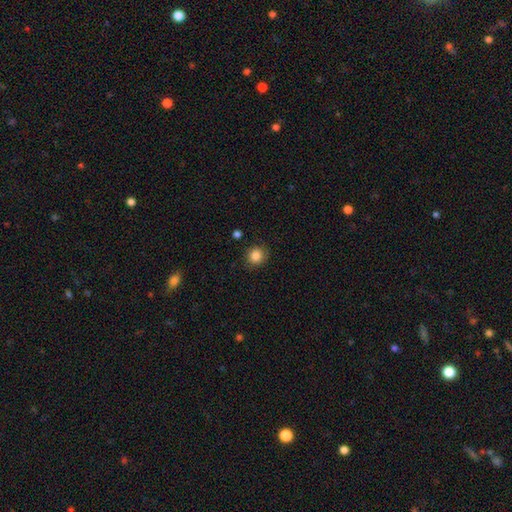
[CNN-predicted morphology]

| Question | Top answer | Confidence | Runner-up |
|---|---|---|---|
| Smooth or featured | smooth | 85% | star or artifact (10%) |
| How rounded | round | 88% | in between (11%) |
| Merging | none | 85% | minor disturbance (10%) |